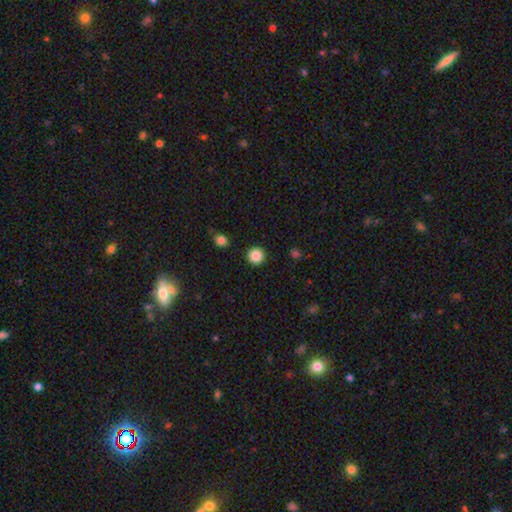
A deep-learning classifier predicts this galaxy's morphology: Smooth or featured: smooth — 87% (star or artifact — 10%)
How rounded: round — 96% (in between — 3%)
Merging: none — 92% (minor disturbance — 5%)